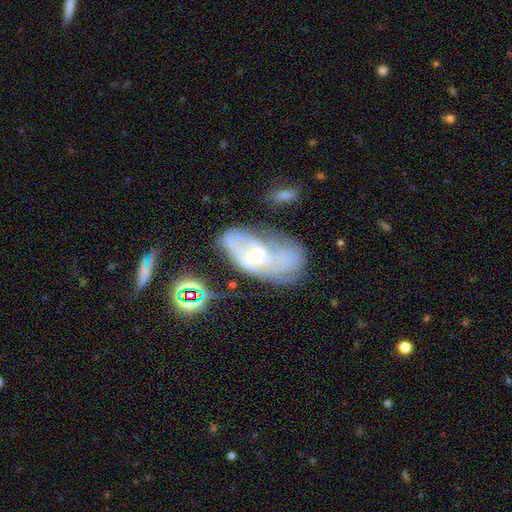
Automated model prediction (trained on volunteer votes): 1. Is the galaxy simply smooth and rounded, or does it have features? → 62% featured or disk, 25% smooth, 13% star or artifact.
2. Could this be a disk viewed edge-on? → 93% no, 7% yes.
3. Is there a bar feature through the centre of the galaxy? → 55% no, 34% weak, 11% strong.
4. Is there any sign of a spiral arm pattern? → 54% yes, 46% no.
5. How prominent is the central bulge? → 52% small, 34% moderate, 9% none, 4% large, 1% dominant.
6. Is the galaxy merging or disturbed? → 30% none, 29% major disturbance, 22% minor disturbance, 20% merger.